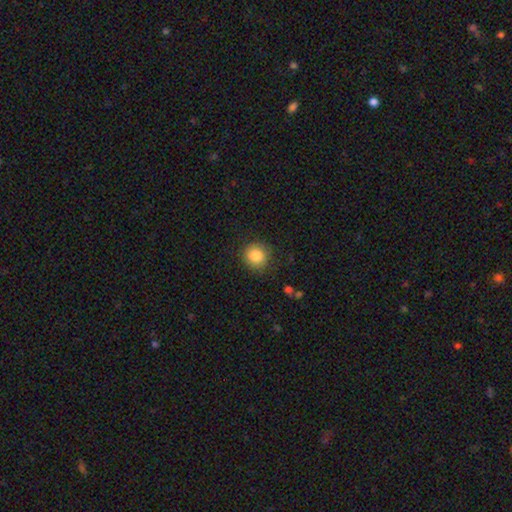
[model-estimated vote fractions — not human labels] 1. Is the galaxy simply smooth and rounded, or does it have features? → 85% smooth, 9% star or artifact, 6% featured or disk.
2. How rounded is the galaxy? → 90% round, 9% in between, 1% cigar-shaped.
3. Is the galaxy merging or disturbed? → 87% none, 9% minor disturbance, 3% major disturbance, 1% merger.